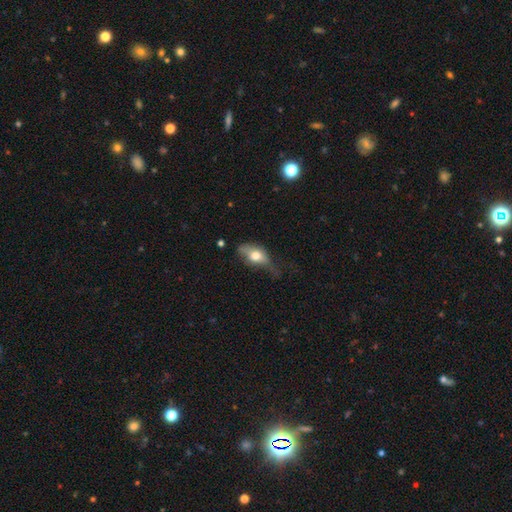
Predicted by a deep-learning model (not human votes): smooth_or_featured: smooth (p=0.66) [alt: featured or disk p=0.26]
how_rounded: in between (p=0.84) [alt: round p=0.08]
merging: minor disturbance (p=0.39) [alt: none p=0.30]